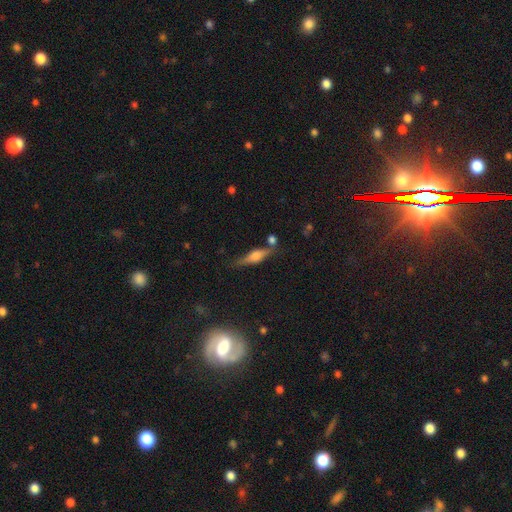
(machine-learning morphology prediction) Overall: featured or disk (60%; smooth 30%). Edge-on disk: yes (94%). Edge-on bulge: rounded (79%). Merging: none (72%).